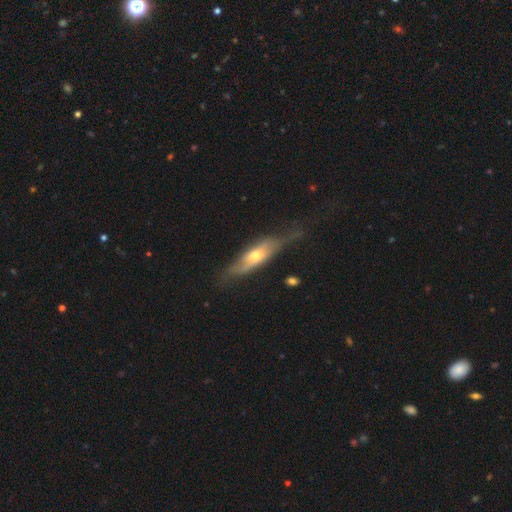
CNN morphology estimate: Q: Smooth or featured?
A: featured or disk (54%); runner-up: smooth (40%)
Q: Edge-on disk?
A: yes (60%); runner-up: no (40%)
Q: Merging?
A: none (51%); runner-up: minor disturbance (30%)